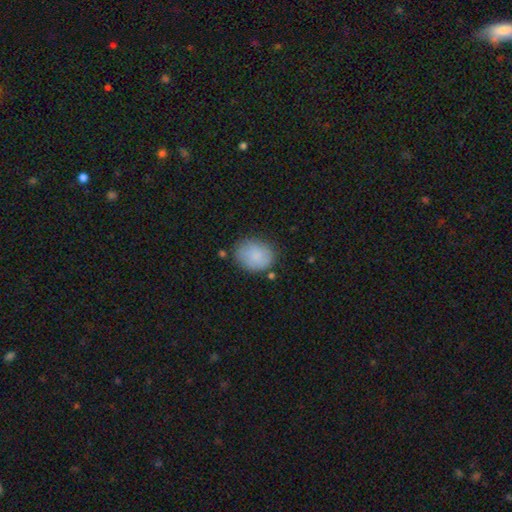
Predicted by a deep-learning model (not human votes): Smooth or featured: smooth — 84% (featured or disk — 9%)
How rounded: in between — 51% (round — 48%)
Merging: none — 71% (minor disturbance — 20%)